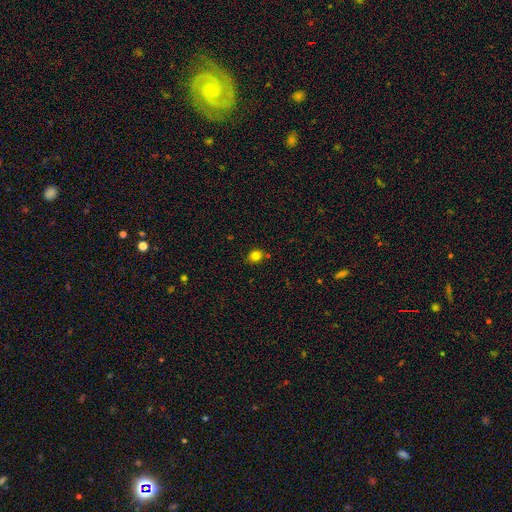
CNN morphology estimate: A smooth galaxy with no disk features (82%) that is round (73%).

Vote fractions:
- Smooth or featured? smooth: 82% / star or artifact: 13% / featured or disk: 5%
- How rounded? round: 73% / in between: 26% / cigar-shaped: 1%
- Merging? none: 80% / minor disturbance: 13% / merger: 5% / major disturbance: 3%